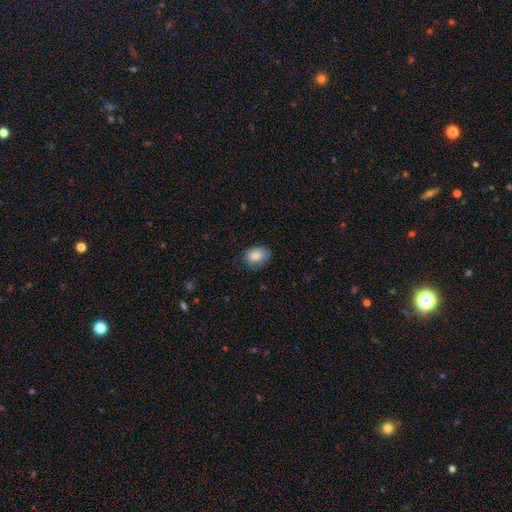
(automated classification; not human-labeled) Smooth or featured: smooth — 84% (featured or disk — 9%)
How rounded: in between — 69% (round — 30%)
Merging: none — 72% (minor disturbance — 22%)